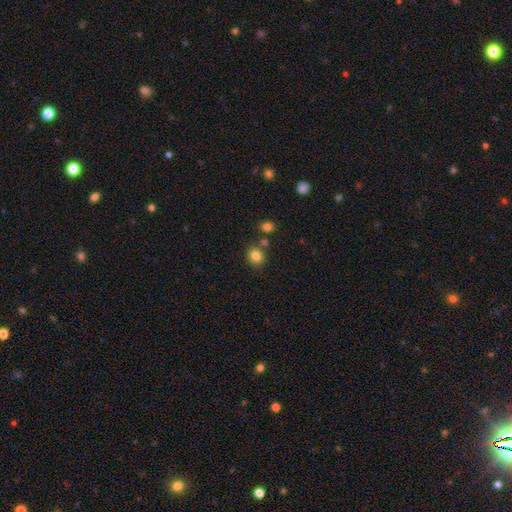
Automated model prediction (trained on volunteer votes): The model was most divided on "how rounded": round: 77%, in between: 22%, cigar-shaped: 1%. More confident: smooth or featured — smooth (82%); merging — none (74%).